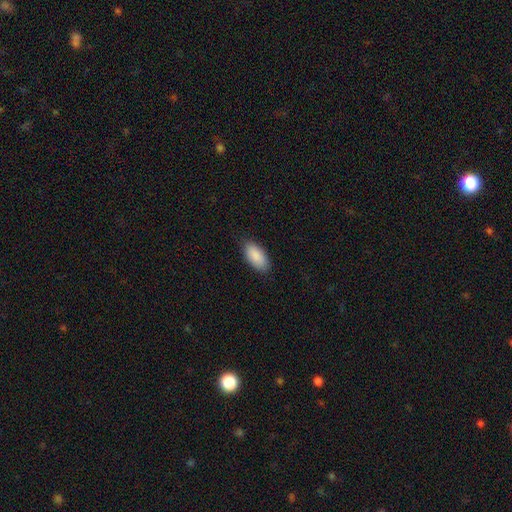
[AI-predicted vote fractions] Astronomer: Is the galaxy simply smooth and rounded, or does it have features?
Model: smooth — 90%.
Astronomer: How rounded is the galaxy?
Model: in between — 92%.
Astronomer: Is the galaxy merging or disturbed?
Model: none — 86%.